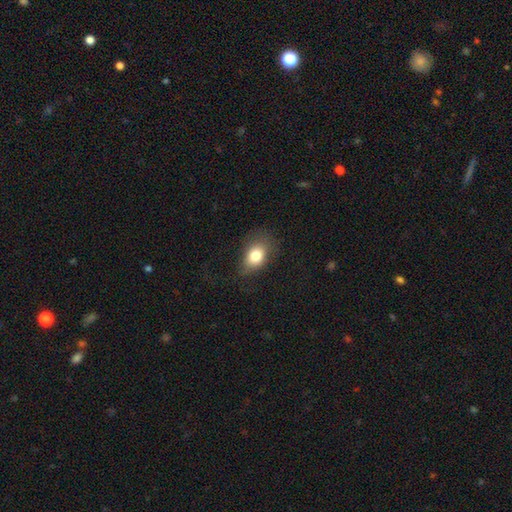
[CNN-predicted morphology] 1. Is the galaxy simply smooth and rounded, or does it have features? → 81% smooth, 10% featured or disk, 9% star or artifact.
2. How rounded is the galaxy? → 76% in between, 23% round, 2% cigar-shaped.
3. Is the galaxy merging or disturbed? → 65% none, 24% minor disturbance, 10% major disturbance, 1% merger.